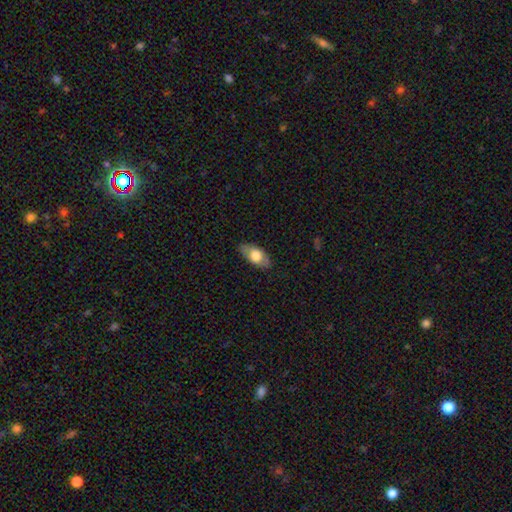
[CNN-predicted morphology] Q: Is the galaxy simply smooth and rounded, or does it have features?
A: smooth — 65%.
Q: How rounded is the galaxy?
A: in between — 91%.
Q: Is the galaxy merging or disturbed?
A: none — 83%.